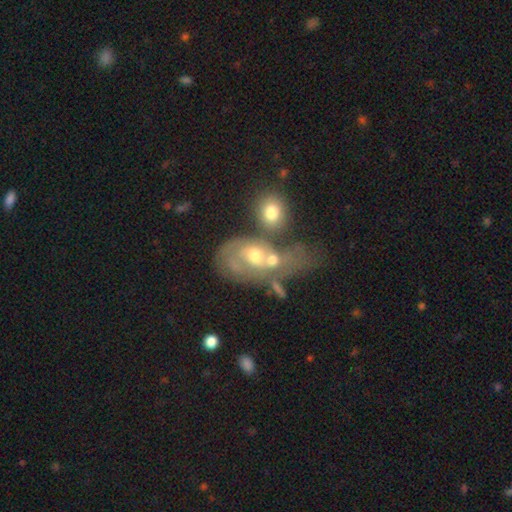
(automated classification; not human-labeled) smooth-or-featured: featured or disk: 60% | smooth: 30% | star or artifact: 10%
  disk-edge-on: no: 95% | yes: 5%
    bar: no: 78% | weak: 18% | strong: 4%
    has-spiral-arms: yes: 53% | no: 47%
    bulge-size: moderate: 65% | small: 21% | large: 8% | none: 4% | dominant: 2%
  merging: merger: 51% | major disturbance: 19% | none: 18% | minor disturbance: 12%